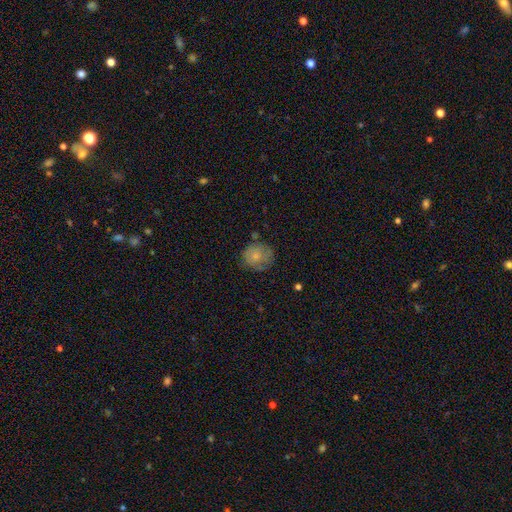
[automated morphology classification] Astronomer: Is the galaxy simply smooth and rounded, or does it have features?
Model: smooth — 69%.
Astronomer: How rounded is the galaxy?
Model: round — 80%.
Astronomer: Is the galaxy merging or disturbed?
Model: none — 64%.